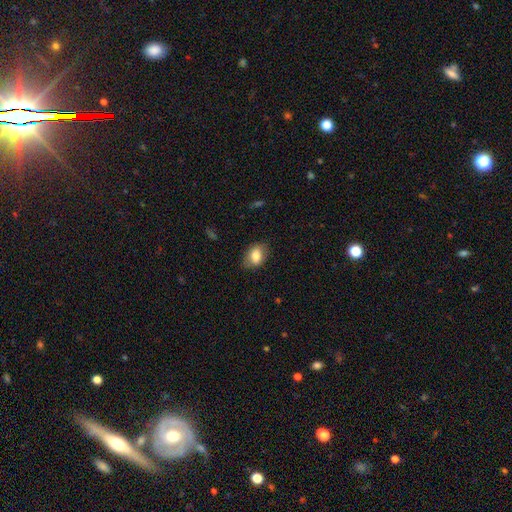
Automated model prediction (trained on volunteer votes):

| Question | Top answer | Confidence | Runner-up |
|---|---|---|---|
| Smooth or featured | smooth | 81% | featured or disk (11%) |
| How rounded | in between | 78% | round (20%) |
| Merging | none | 77% | minor disturbance (18%) |